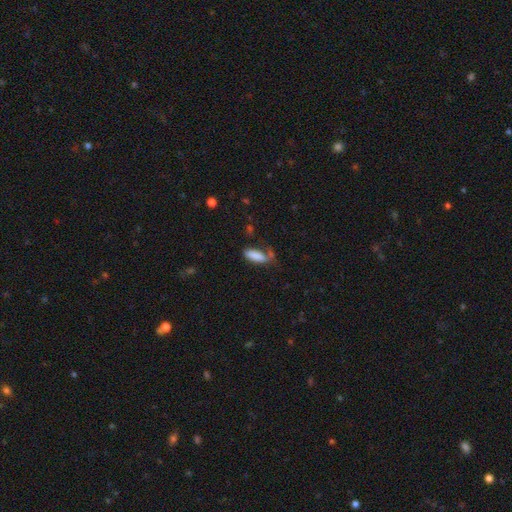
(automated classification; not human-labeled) The model was most divided on "how rounded": in between: 56%, cigar-shaped: 42%, round: 2%. More confident: smooth or featured — smooth (84%); merging — none (56%).